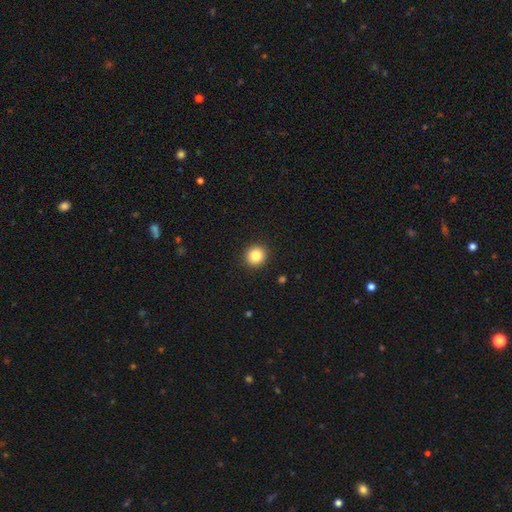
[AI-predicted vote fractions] smooth-or-featured: smooth: 86% | star or artifact: 9% | featured or disk: 5%
  how-rounded: round: 91% | in between: 8% | cigar-shaped: 1%
  merging: none: 92% | minor disturbance: 5% | major disturbance: 2% | merger: 1%